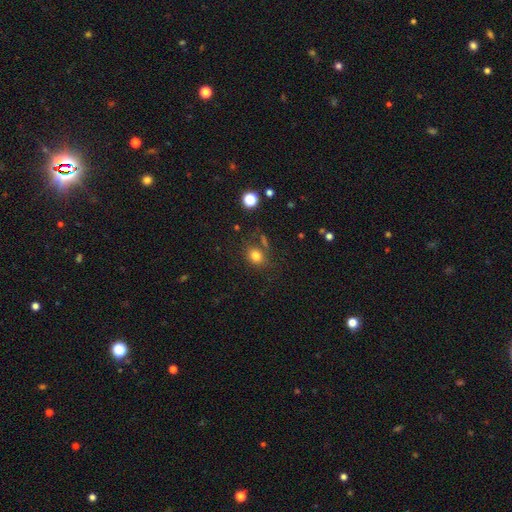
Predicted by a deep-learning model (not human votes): Smooth or featured? Predicted: smooth (p=0.79). How rounded? Predicted: round (p=0.58). Merging? Predicted: none (p=0.71).